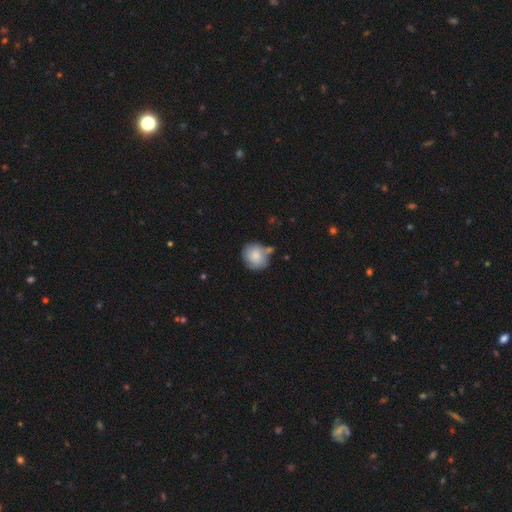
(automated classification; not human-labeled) A smooth galaxy with no disk features (79%) that is round (78%). Merging: none (61%).